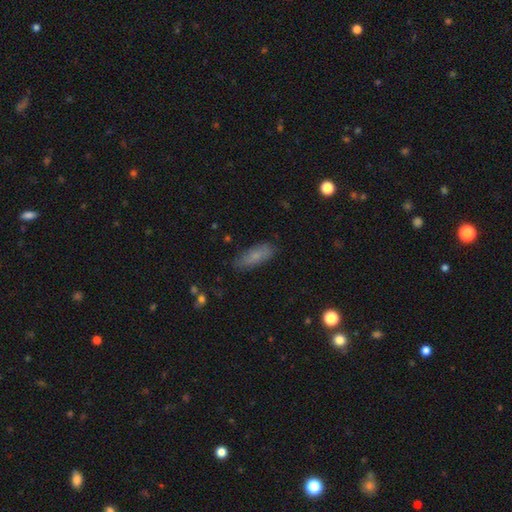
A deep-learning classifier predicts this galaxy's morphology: This appears to be a smooth galaxy with no disk features (75%) that is in between round and cigar-shaped (65%). Merging: none (80%).